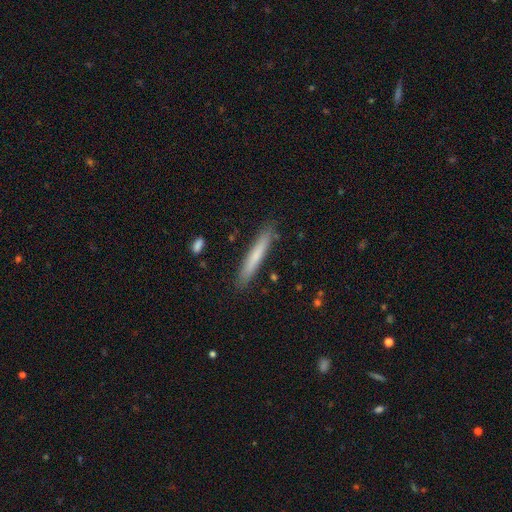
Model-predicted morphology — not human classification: Q: Smooth or featured?
A: smooth (70%); runner-up: featured or disk (24%)
Q: How rounded?
A: cigar-shaped (95%); runner-up: in between (4%)
Q: Merging?
A: none (88%); runner-up: minor disturbance (8%)